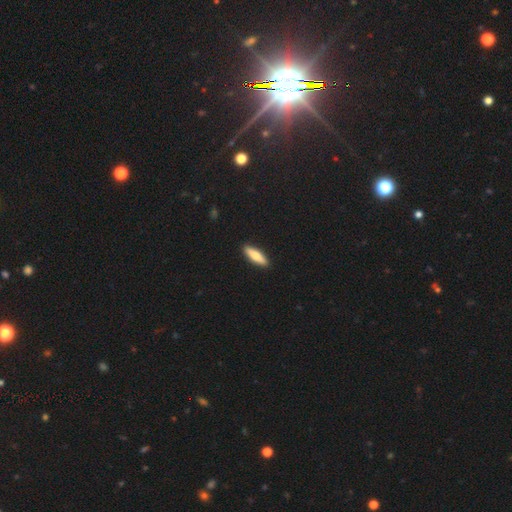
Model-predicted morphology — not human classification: Overall: smooth (70%). How rounded: cigar-shaped (60%; in between 38%). Merging: none (91%).